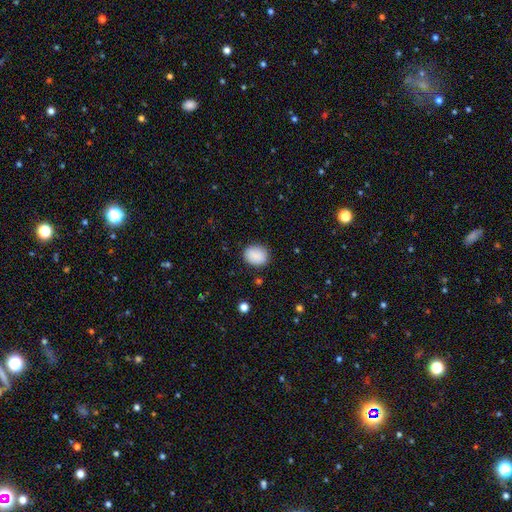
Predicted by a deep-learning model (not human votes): Smooth or featured? smooth (88%)
How rounded? round (52%)
Merging? none (84%)